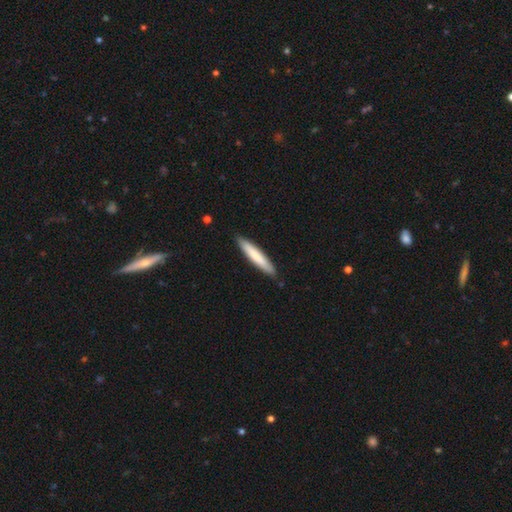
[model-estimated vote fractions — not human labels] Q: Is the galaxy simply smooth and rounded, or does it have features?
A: smooth — 77%.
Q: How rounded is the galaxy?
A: cigar-shaped — 91%.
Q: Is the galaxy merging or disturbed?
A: none — 89%.